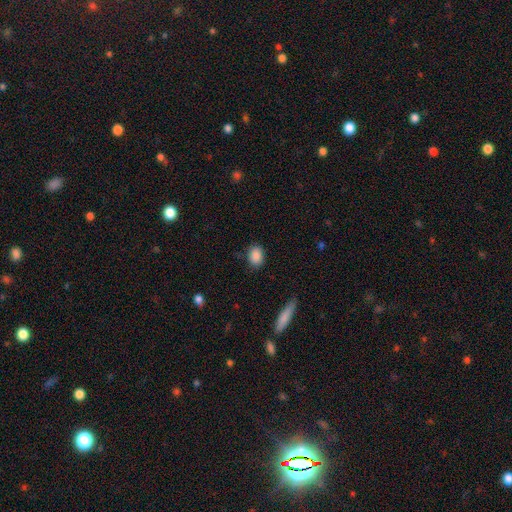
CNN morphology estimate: The model was most divided on "how rounded": in between: 70%, round: 28%, cigar-shaped: 2%. More confident: smooth or featured — smooth (88%); merging — none (83%).